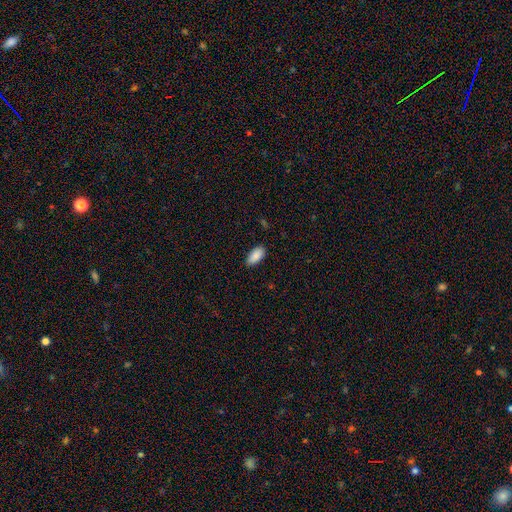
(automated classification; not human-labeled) Morphology: type=smooth (89%); roundness=in between (93%); merging=none (86%).